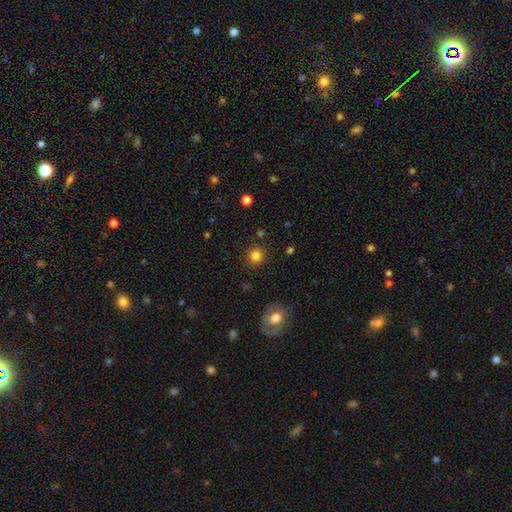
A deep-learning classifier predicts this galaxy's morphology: The model was most divided on "smooth or featured": smooth: 83%, star or artifact: 12%, featured or disk: 5%. More confident: how rounded — round (90%); merging — none (89%).